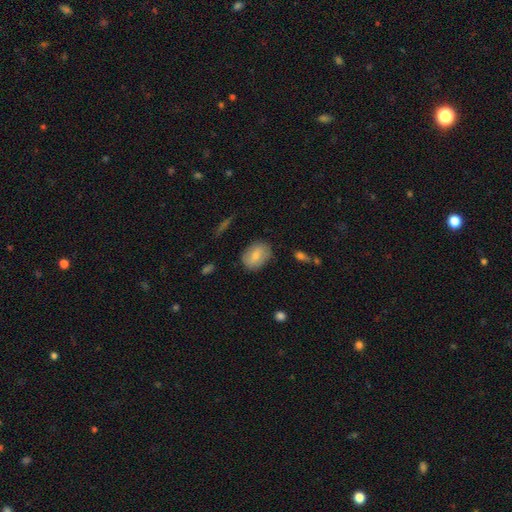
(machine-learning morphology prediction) type=smooth (73%); roundness=in between (77%); merging=none (81%).